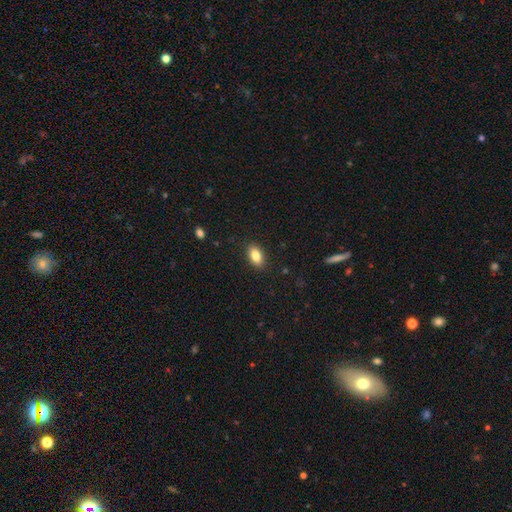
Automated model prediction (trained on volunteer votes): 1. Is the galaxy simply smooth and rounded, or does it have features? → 83% smooth, 9% featured or disk, 8% star or artifact.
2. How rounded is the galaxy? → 89% in between, 7% round, 4% cigar-shaped.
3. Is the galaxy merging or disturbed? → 88% none, 9% minor disturbance, 2% major disturbance, 1% merger.